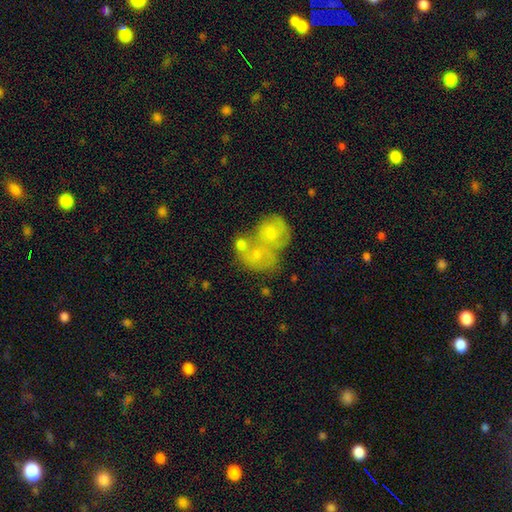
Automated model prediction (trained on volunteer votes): smooth 51%, featured or disk 38%, star or artifact 11%. Down the decision tree: how rounded — round (52%); merging — merger (64%).